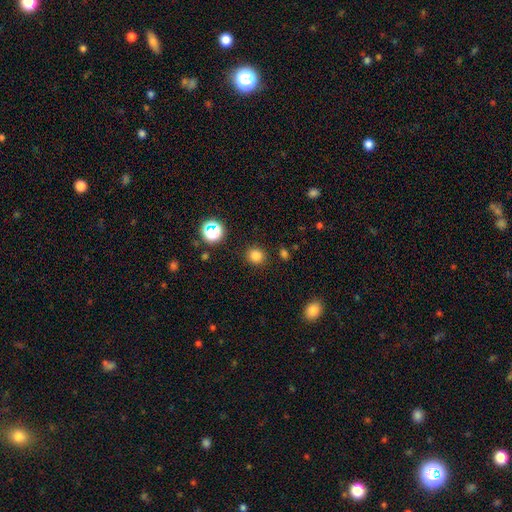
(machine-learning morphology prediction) Smooth or featured? Predicted: smooth (p=0.80). How rounded? Predicted: round (p=0.88). Merging? Predicted: none (p=0.89).